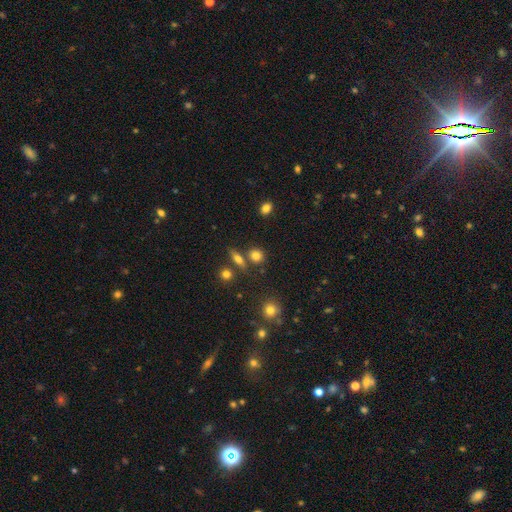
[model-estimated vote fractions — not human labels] Smooth or featured?
  - smooth: 79% *
  - star or artifact: 13%
  - featured or disk: 9%
How rounded?
  - round: 73% *
  - in between: 24%
  - cigar-shaped: 4%
Merging?
  - none: 72% *
  - merger: 14%
  - minor disturbance: 11%
  - major disturbance: 4%